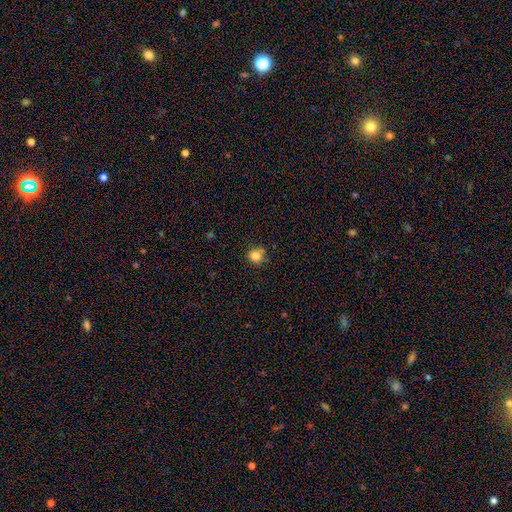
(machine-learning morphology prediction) A smooth galaxy with no disk features (82%) that is round (86%).

Vote fractions:
- Smooth or featured? smooth: 82% / star or artifact: 12% / featured or disk: 6%
- How rounded? round: 86% / in between: 13% / cigar-shaped: 1%
- Merging? none: 77% / minor disturbance: 15% / merger: 5% / major disturbance: 3%